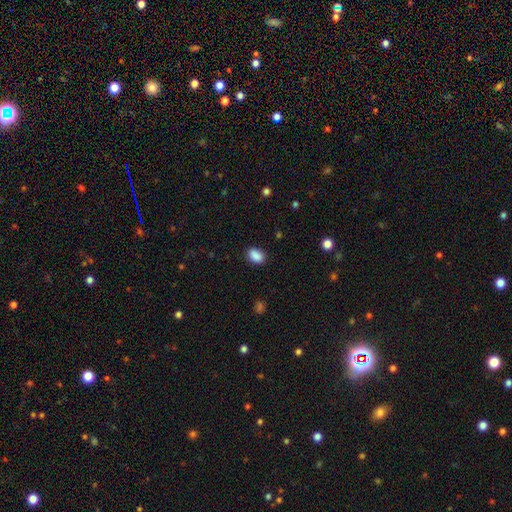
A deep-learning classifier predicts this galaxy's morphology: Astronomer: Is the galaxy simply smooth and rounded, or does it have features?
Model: smooth — 88%.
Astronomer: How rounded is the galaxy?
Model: in between — 82%.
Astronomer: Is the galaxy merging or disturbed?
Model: none — 84%.